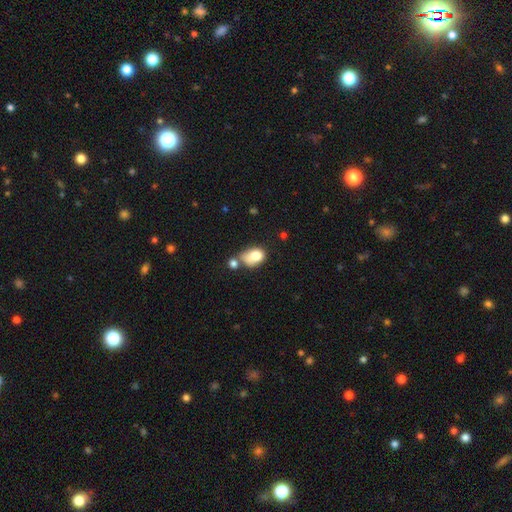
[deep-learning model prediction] This appears to be a smooth galaxy with no disk features (76%) that is in between round and cigar-shaped (76%). Merging: merger (38%).